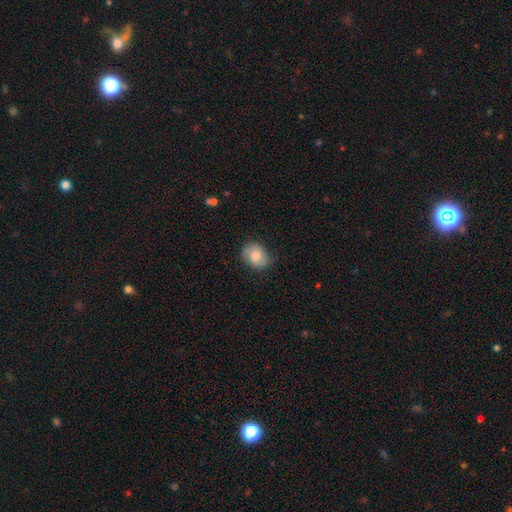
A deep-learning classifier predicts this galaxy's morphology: A smooth galaxy with no disk features (76%) that is round (54%). Merging: none (72%).